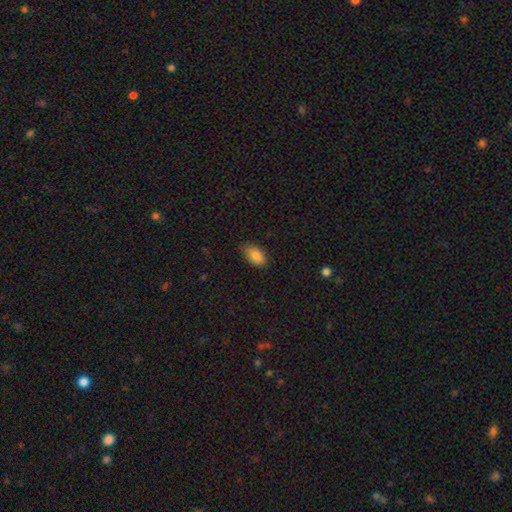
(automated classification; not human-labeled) Smooth or featured? smooth (86%)
How rounded? in between (92%)
Merging? none (77%)